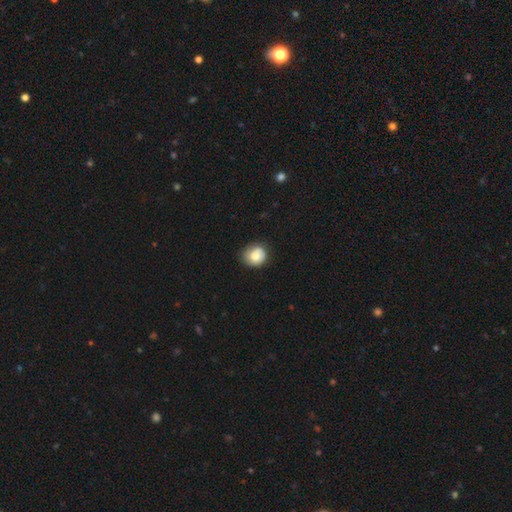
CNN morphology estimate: Q: Smooth or featured?
A: smooth (71%); runner-up: featured or disk (22%)
Q: How rounded?
A: round (81%); runner-up: in between (18%)
Q: Merging?
A: none (72%); runner-up: minor disturbance (21%)